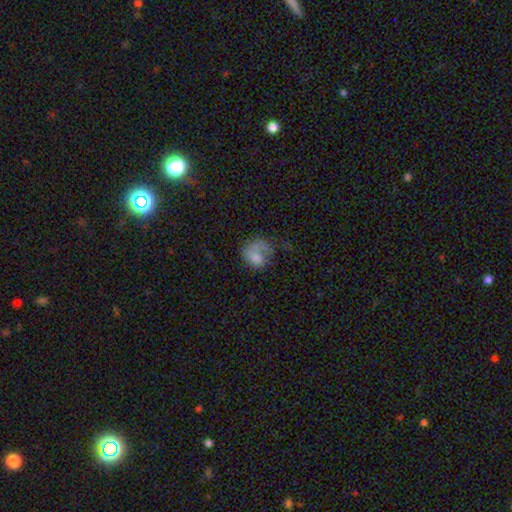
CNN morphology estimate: This appears to be a smooth galaxy with no disk features (49%). Merging: major disturbance (42%).